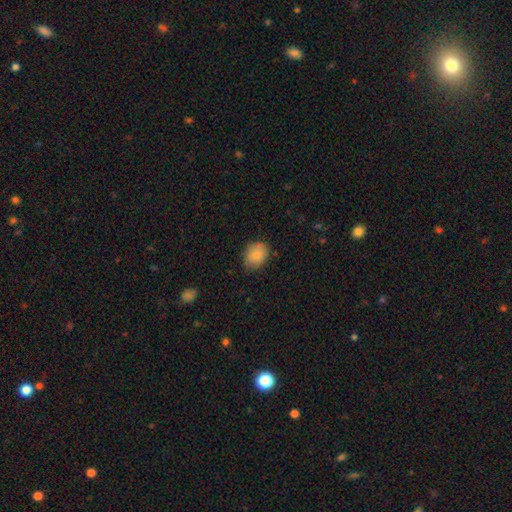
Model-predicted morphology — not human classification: smooth_or_featured: smooth (p=0.85) [alt: featured or disk p=0.08]
how_rounded: in between (p=0.55) [alt: round p=0.44]
merging: none (p=0.79) [alt: minor disturbance p=0.17]